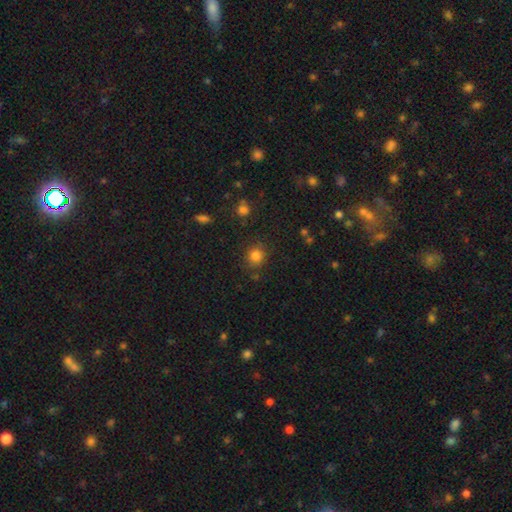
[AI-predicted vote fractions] Smooth or featured: smooth — 82% (star or artifact — 13%)
How rounded: round — 88% (in between — 11%)
Merging: none — 82% (minor disturbance — 11%)